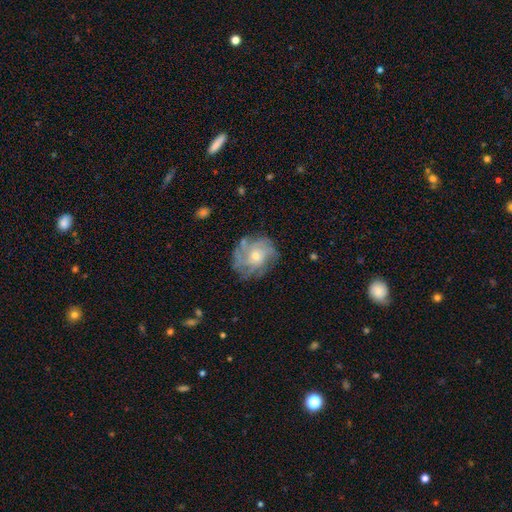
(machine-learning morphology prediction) A featured or disk galaxy (74%) with no bar (79%), tight (54%) spiral arms (88%) and a small central bulge (48%). Merging: none (74%).